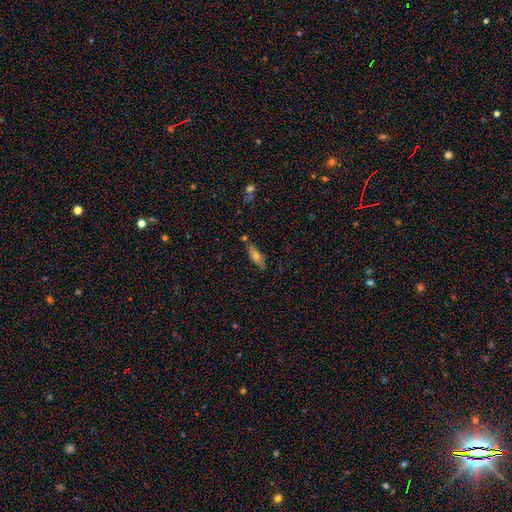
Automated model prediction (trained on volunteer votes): Q: Smooth or featured?
A: smooth (55%); runner-up: featured or disk (33%)
Q: How rounded?
A: in between (55%); runner-up: cigar-shaped (41%)
Q: Merging?
A: none (74%); runner-up: minor disturbance (17%)